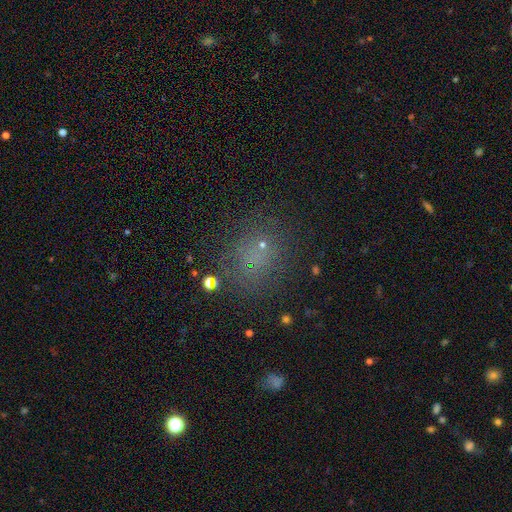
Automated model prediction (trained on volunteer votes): smooth-or-featured: smooth: 53% | star or artifact: 35% | featured or disk: 12%
  how-rounded: round: 76% | in between: 23% | cigar-shaped: 1%
  merging: none: 72% | minor disturbance: 13% | major disturbance: 8% | merger: 7%